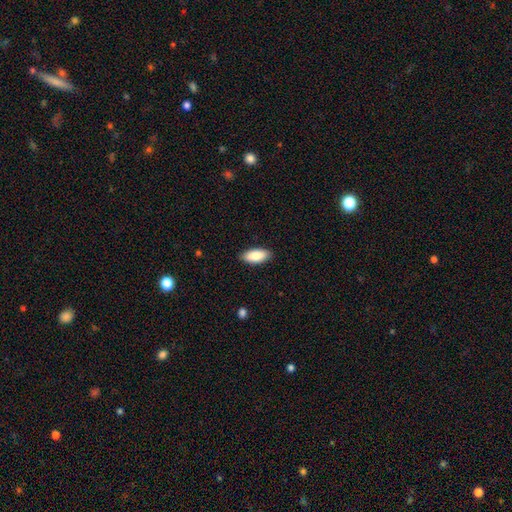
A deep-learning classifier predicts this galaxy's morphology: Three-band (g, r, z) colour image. It shows a smooth galaxy with no disk features (87%) that is in between round and cigar-shaped (89%). Merging: none (88%).